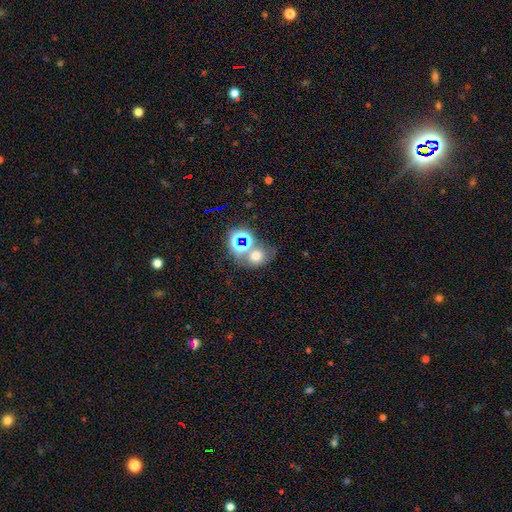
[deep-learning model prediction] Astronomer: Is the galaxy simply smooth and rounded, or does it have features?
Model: smooth — 59%.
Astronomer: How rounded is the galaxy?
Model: round — 57% (runner-up: in between, 42%).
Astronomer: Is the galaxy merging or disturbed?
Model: none — 47% (runner-up: merger, 33%).